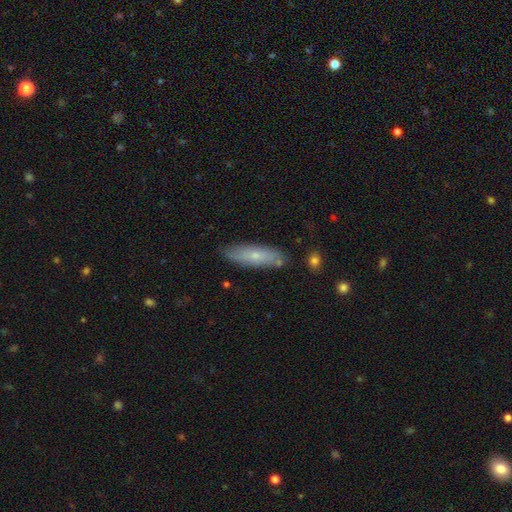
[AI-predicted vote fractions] smooth 61%, featured or disk 32%, star or artifact 7%. Down the decision tree: how rounded — cigar-shaped (64%); merging — none (81%).